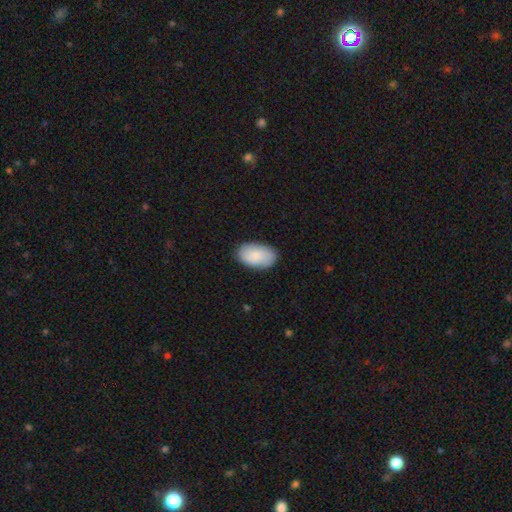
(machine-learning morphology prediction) Smooth or featured?
  - smooth: 81% *
  - featured or disk: 13%
  - star or artifact: 6%
How rounded?
  - in between: 94% *
  - round: 5%
  - cigar-shaped: 1%
Merging?
  - none: 86% *
  - minor disturbance: 11%
  - major disturbance: 2%
  - merger: 1%